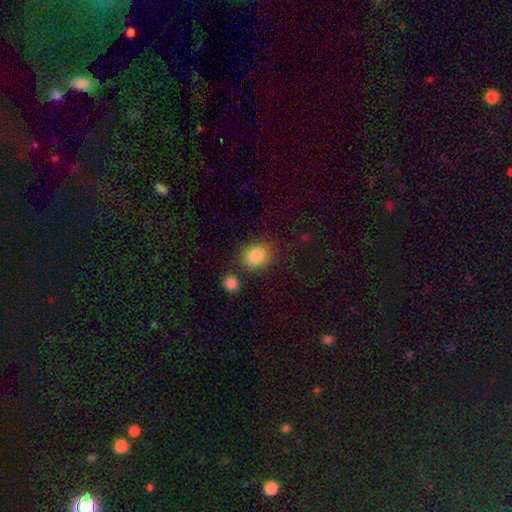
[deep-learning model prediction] This is clearly a smooth galaxy (86%). How rounded: possibly in between (51%). Merging: likely none (79%).